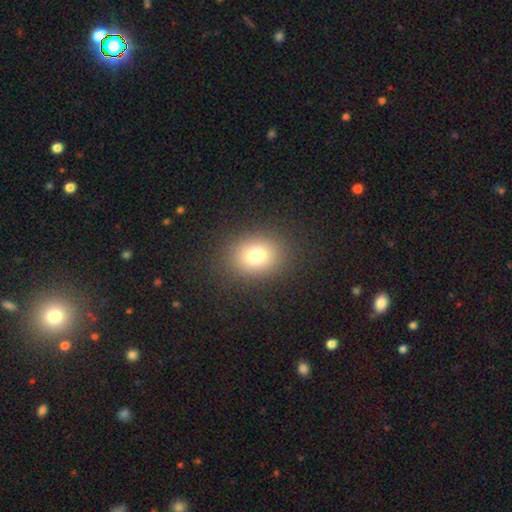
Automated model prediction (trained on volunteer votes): Overall: smooth (76%). How rounded: round (57%; in between 43%). Merging: none (87%).